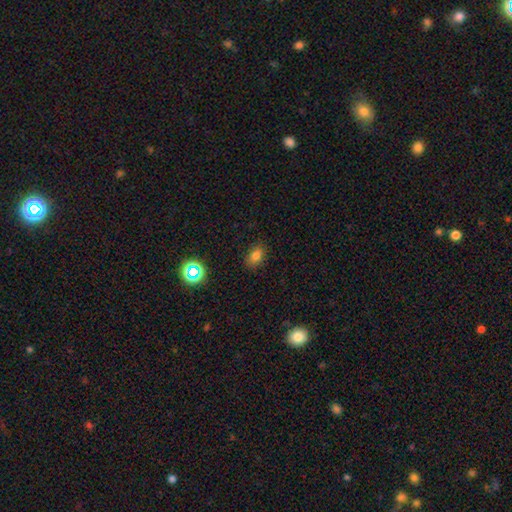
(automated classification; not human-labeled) Smooth or featured?
  - smooth: 77% *
  - star or artifact: 15%
  - featured or disk: 8%
How rounded?
  - in between: 79% *
  - round: 19%
  - cigar-shaped: 2%
Merging?
  - none: 85% *
  - minor disturbance: 11%
  - major disturbance: 3%
  - merger: 1%